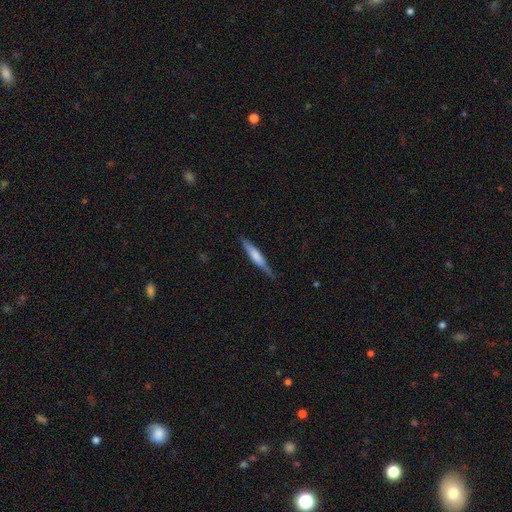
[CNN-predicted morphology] The model was most divided on "smooth or featured": smooth: 51%, featured or disk: 43%, star or artifact: 6%. More confident: how rounded — cigar-shaped (90%); merging — none (79%).